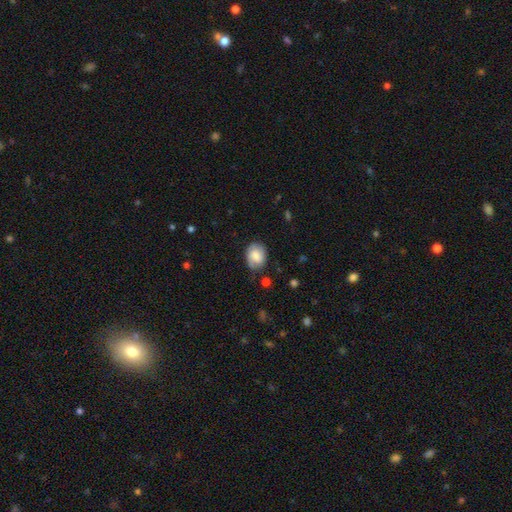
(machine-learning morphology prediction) Q: Smooth or featured?
A: smooth (66%); runner-up: featured or disk (26%)
Q: How rounded?
A: in between (56%); runner-up: round (43%)
Q: Merging?
A: none (69%); runner-up: minor disturbance (23%)